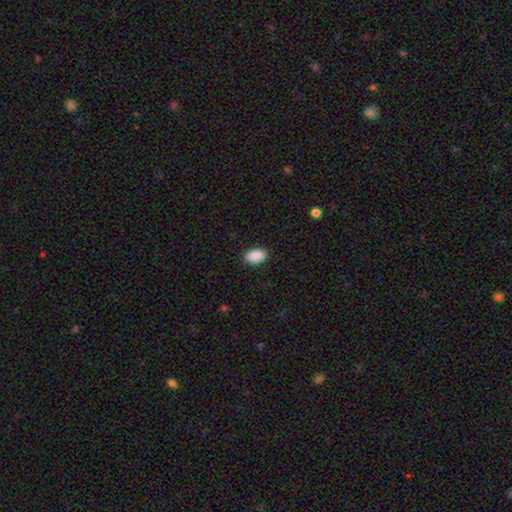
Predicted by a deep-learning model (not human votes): Overall: smooth (91%). How rounded: in between (92%). Merging: none (89%).